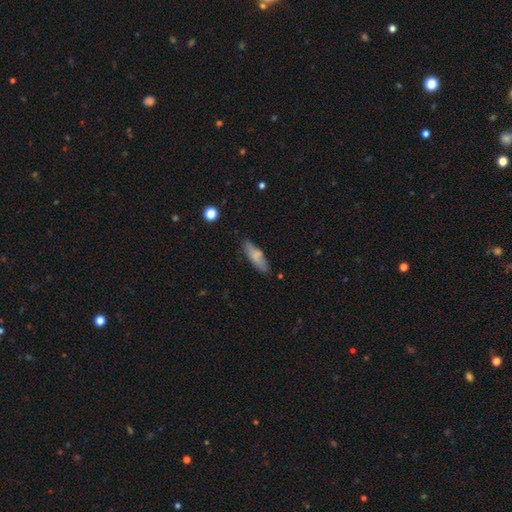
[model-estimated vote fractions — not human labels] Smooth or featured: smooth — 75% (featured or disk — 18%)
How rounded: in between — 49% (tied with cigar-shaped — 49%)
Merging: none — 76% (minor disturbance — 18%)